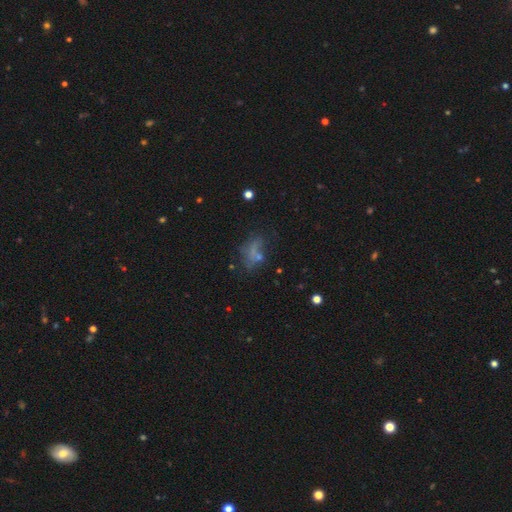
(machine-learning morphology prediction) A smooth galaxy with no disk features (46%). Merging: none (39%).